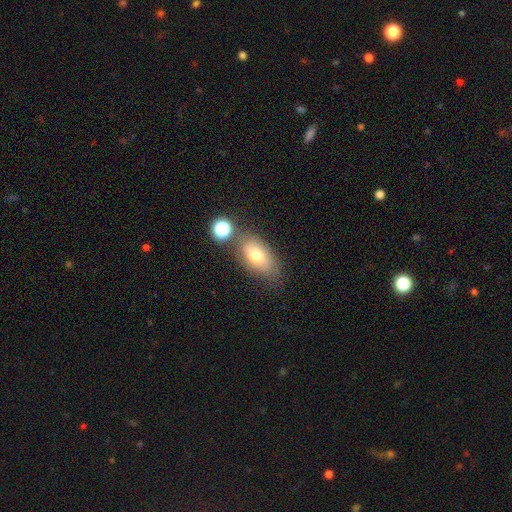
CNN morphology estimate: smooth-or-featured: smooth: 72% | featured or disk: 18% | star or artifact: 10%
  how-rounded: in between: 88% | round: 8% | cigar-shaped: 4%
  merging: none: 63% | minor disturbance: 18% | merger: 13% | major disturbance: 6%